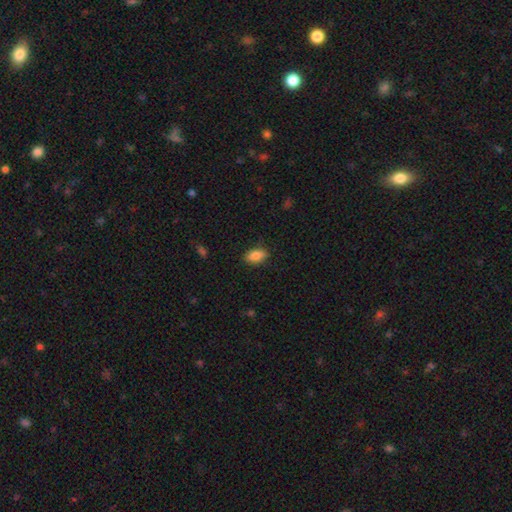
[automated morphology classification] smooth 86%, star or artifact 8%, featured or disk 7%. Down the decision tree: how rounded — in between (89%); merging — none (85%).